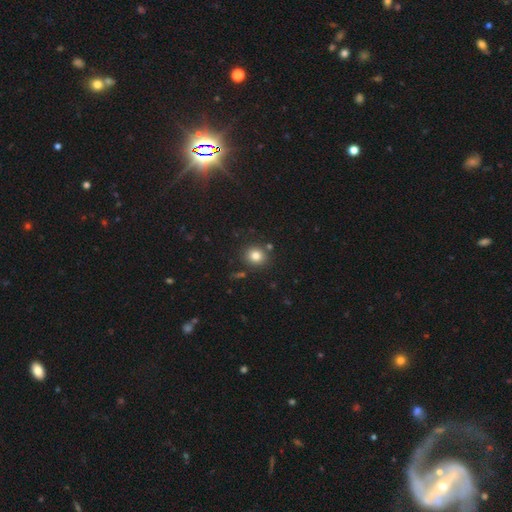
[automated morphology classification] Smooth or featured? Predicted: smooth (p=0.81). How rounded? Predicted: round (p=0.82). Merging? Predicted: none (p=0.84).